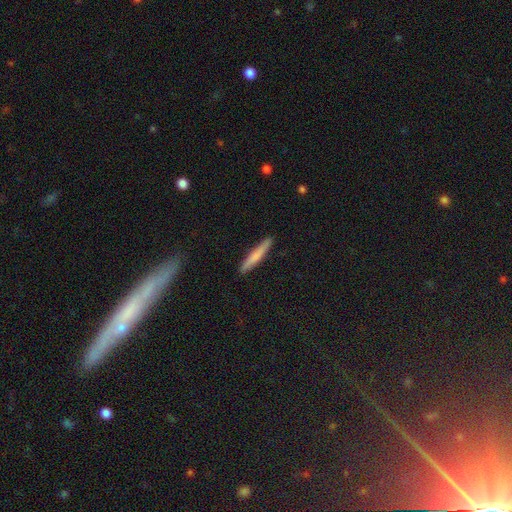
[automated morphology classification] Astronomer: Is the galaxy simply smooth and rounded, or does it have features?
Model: smooth — 71%.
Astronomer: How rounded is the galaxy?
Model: cigar-shaped — 95%.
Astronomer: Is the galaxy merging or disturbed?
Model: none — 91%.